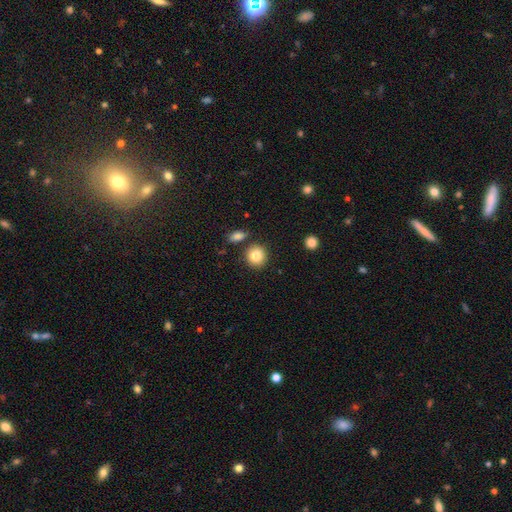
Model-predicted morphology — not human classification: Q: Smooth or featured?
A: smooth (84%); runner-up: star or artifact (9%)
Q: How rounded?
A: round (84%); runner-up: in between (15%)
Q: Merging?
A: none (82%); runner-up: minor disturbance (8%)